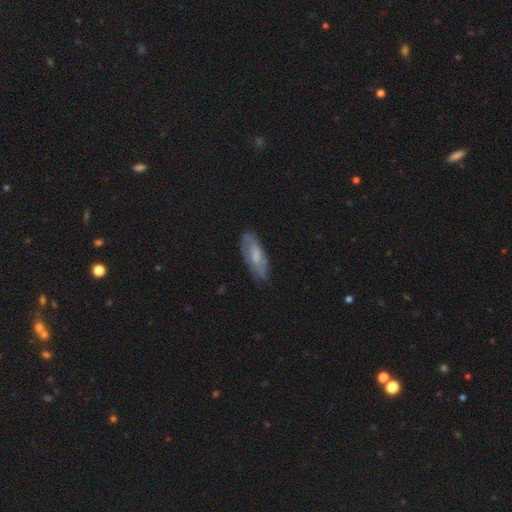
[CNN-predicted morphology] Overall: smooth (49%; featured or disk 44%). Merging: none (70%).